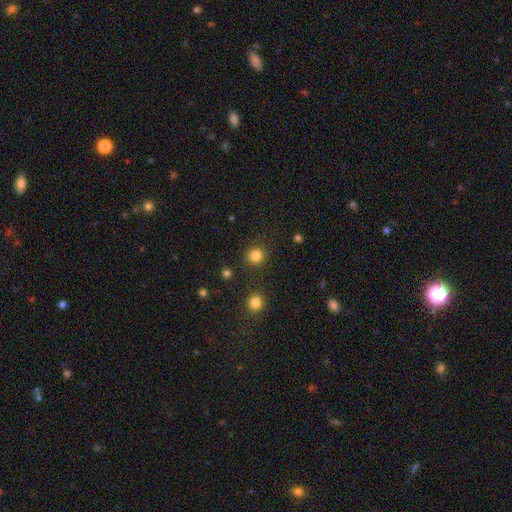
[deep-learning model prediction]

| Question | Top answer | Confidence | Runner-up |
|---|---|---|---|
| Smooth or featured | smooth | 82% | star or artifact (14%) |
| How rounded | round | 93% | in between (6%) |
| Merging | none | 88% | minor disturbance (7%) |